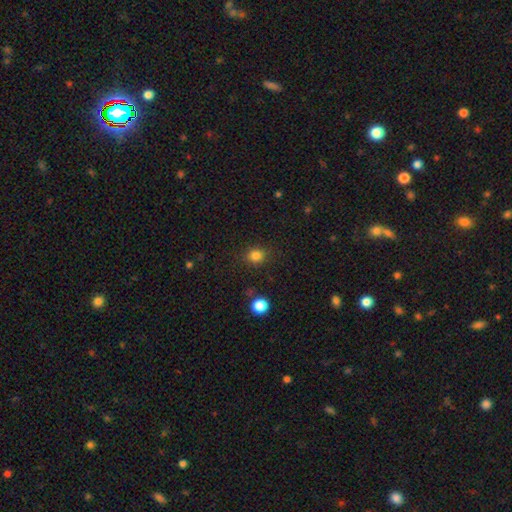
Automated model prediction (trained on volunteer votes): A smooth galaxy with no disk features (82%) that is round (75%). Merging: none (86%).